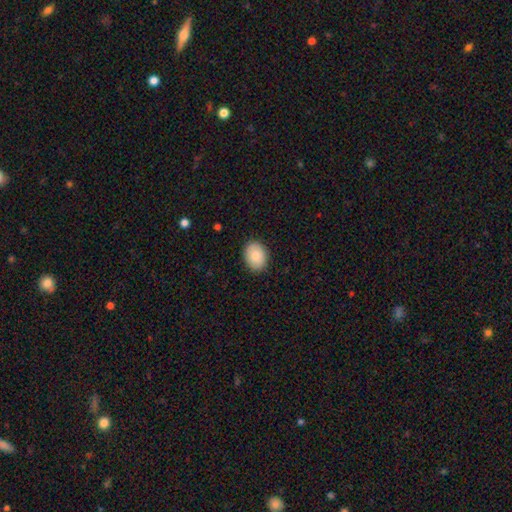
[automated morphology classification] A smooth galaxy with no disk features (86%) that is in between round and cigar-shaped (68%). Merging: none (88%).